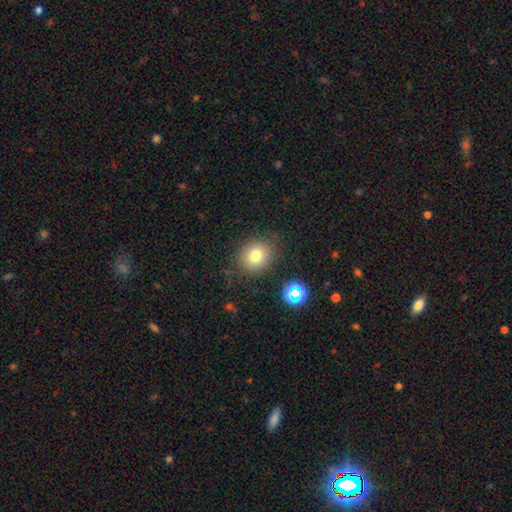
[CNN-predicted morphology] Smooth or featured: smooth — 76% (star or artifact — 14%)
How rounded: round — 74% (in between — 25%)
Merging: none — 82% (minor disturbance — 11%)